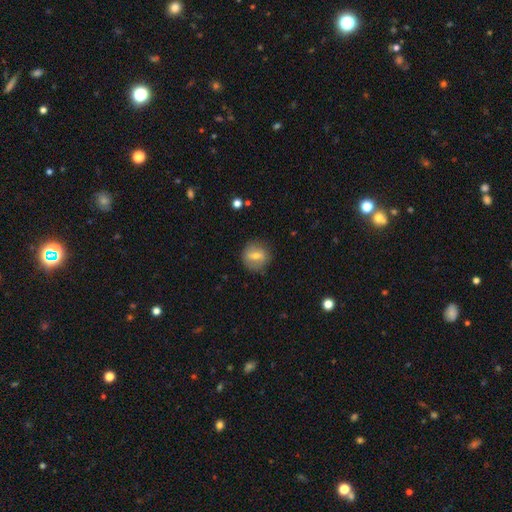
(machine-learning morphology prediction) smooth_or_featured: smooth (p=0.53) [alt: featured or disk p=0.39]
how_rounded: round (p=0.84) [alt: in between p=0.14]
merging: none (p=0.82) [alt: minor disturbance p=0.12]